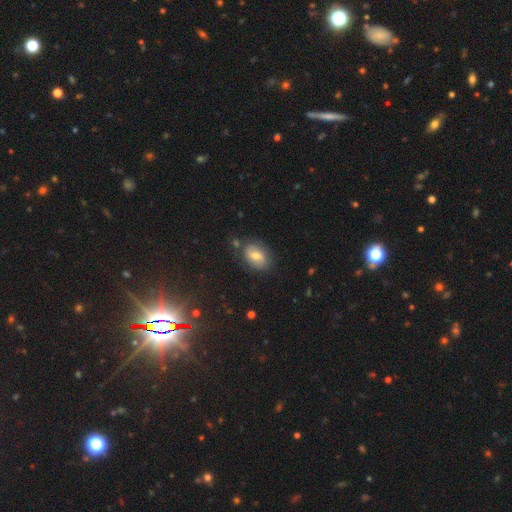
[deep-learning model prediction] smooth-or-featured: smooth: 59% | featured or disk: 31% | star or artifact: 10%
  how-rounded: in between: 79% | round: 19% | cigar-shaped: 2%
  merging: none: 76% | minor disturbance: 16% | major disturbance: 4% | merger: 4%